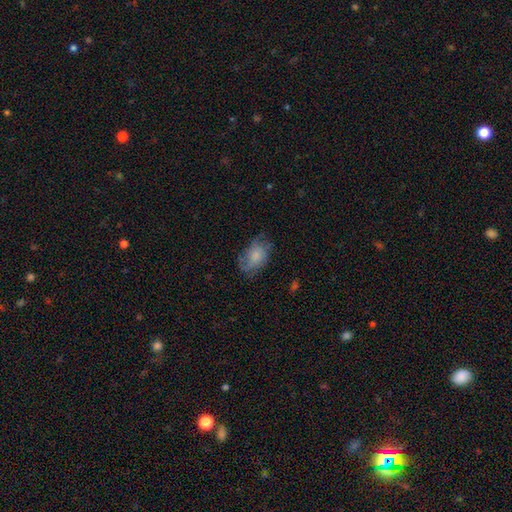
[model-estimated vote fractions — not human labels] Smooth or featured? smooth (55%)
How rounded? in between (85%)
Merging? none (58%)